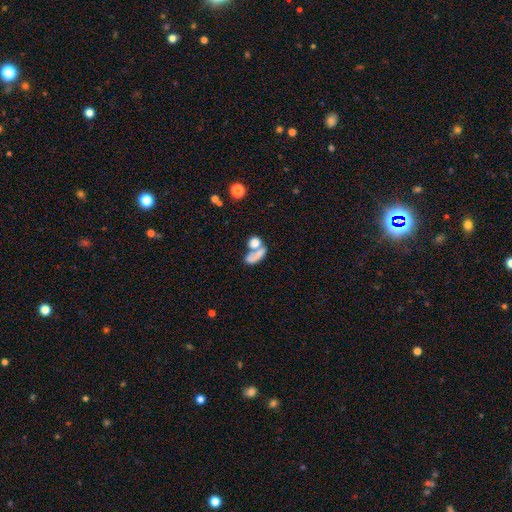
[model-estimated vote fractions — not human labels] This appears to be a smooth galaxy with no disk features (64%) that is in between round and cigar-shaped (69%). Merging: merger (54%).